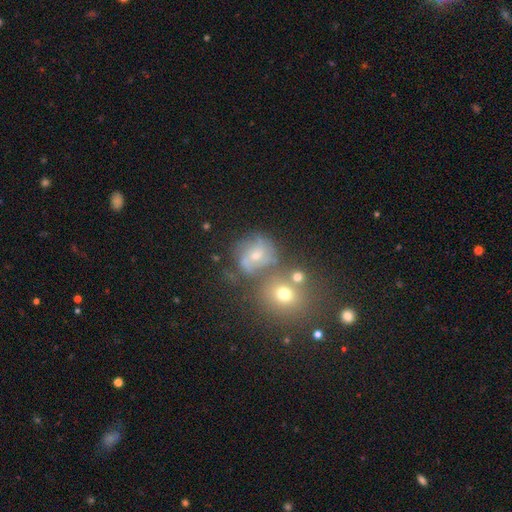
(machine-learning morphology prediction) smooth_or_featured: featured or disk (p=0.53) [alt: smooth p=0.31]
disk_edge_on: no (p=0.97) [alt: yes p=0.03]
bar: no (p=0.54) [alt: weak p=0.36]
has_spiral_arms: yes (p=0.79) [alt: no p=0.21]
bulge_size: moderate (p=0.46) [alt: small p=0.45]
merging: none (p=0.52) [alt: merger p=0.19]